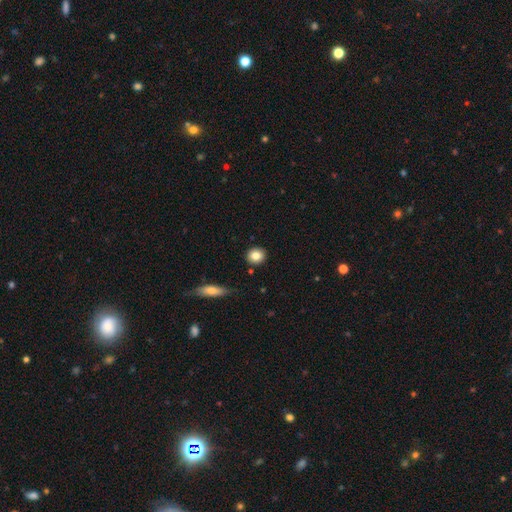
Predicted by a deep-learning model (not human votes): smooth 83%, star or artifact 9%, featured or disk 8%. Down the decision tree: how rounded — round (83%); merging — none (89%).